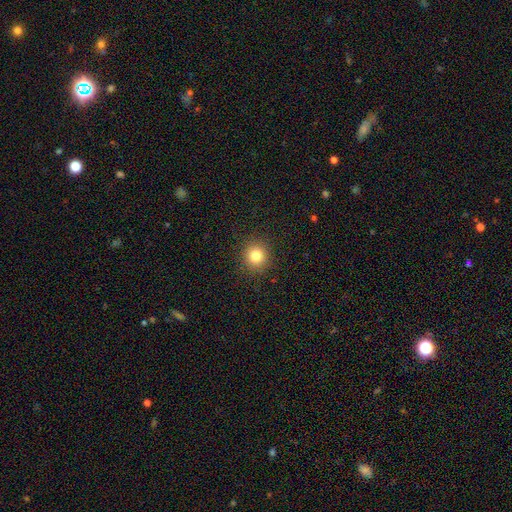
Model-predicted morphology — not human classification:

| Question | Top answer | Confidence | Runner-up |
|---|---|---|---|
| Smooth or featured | smooth | 81% | star or artifact (12%) |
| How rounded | round | 91% | in between (8%) |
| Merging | none | 91% | minor disturbance (6%) |